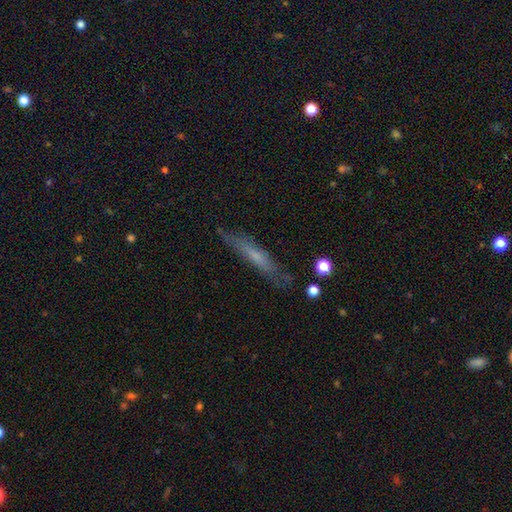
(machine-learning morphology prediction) This appears to be a smooth galaxy with no disk features (49%). Merging: none (74%).